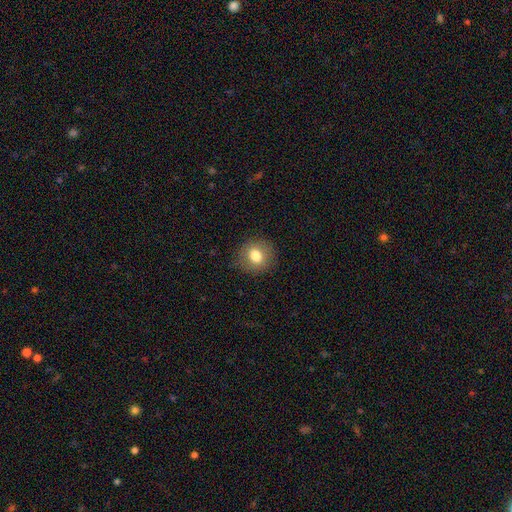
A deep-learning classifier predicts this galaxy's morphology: Smooth or featured? Predicted: smooth (p=0.79). How rounded? Predicted: round (p=0.83). Merging? Predicted: none (p=0.87).